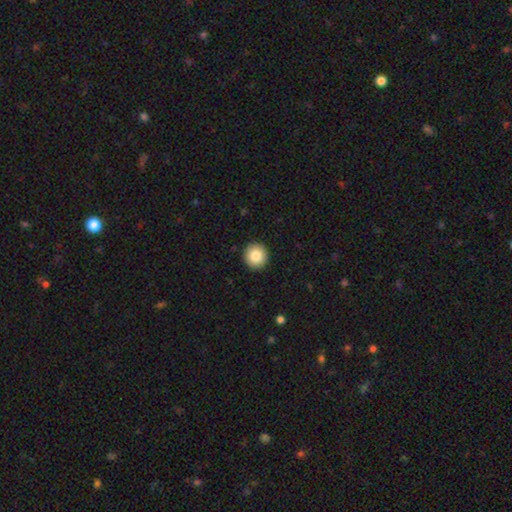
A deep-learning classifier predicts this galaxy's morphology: Smooth or featured? Predicted: smooth (p=0.84). How rounded? Predicted: round (p=0.94). Merging? Predicted: none (p=0.93).